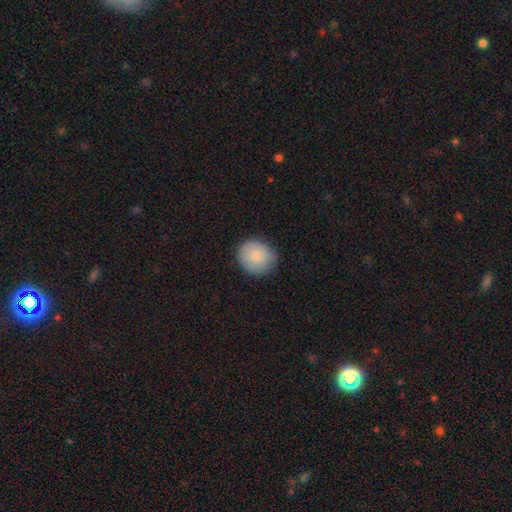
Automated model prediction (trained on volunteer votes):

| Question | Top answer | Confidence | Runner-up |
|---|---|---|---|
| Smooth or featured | smooth | 84% | featured or disk (9%) |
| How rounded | round | 81% | in between (18%) |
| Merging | none | 82% | minor disturbance (14%) |